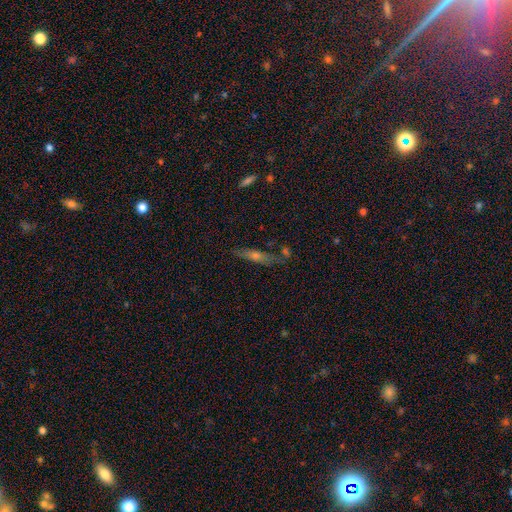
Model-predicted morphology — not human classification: Smooth or featured: featured or disk — 52% (smooth — 35%)
Edge-on disk: yes — 86% (no — 14%)
Merging: none — 76% (minor disturbance — 14%)